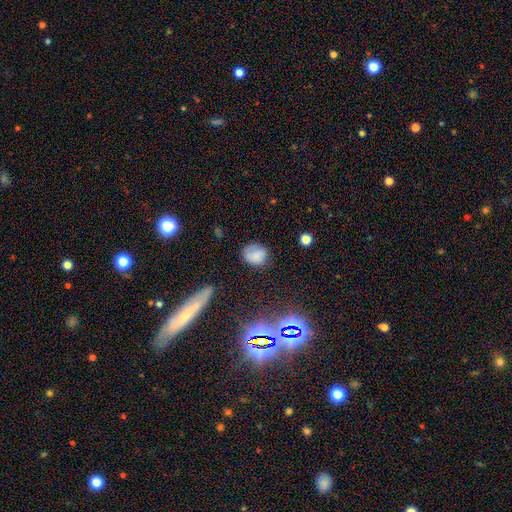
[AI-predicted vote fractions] Smooth or featured? Predicted: smooth (p=0.74). How rounded? Predicted: round (p=0.65). Merging? Predicted: none (p=0.65).